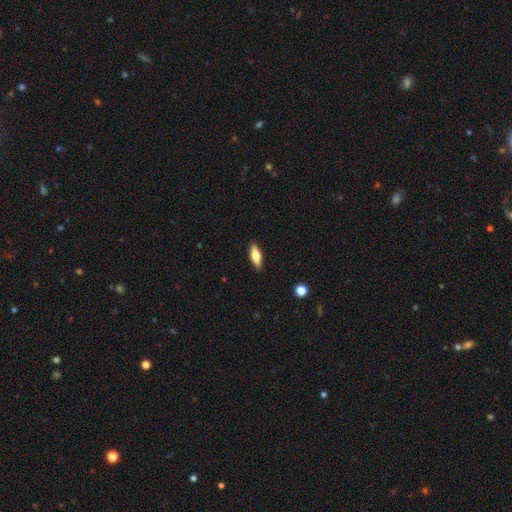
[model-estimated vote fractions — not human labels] Smooth or featured?
  - smooth: 65% *
  - featured or disk: 28%
  - star or artifact: 6%
How rounded?
  - in between: 63% *
  - cigar-shaped: 35%
  - round: 3%
Merging?
  - none: 89% *
  - minor disturbance: 8%
  - major disturbance: 2%
  - merger: 1%